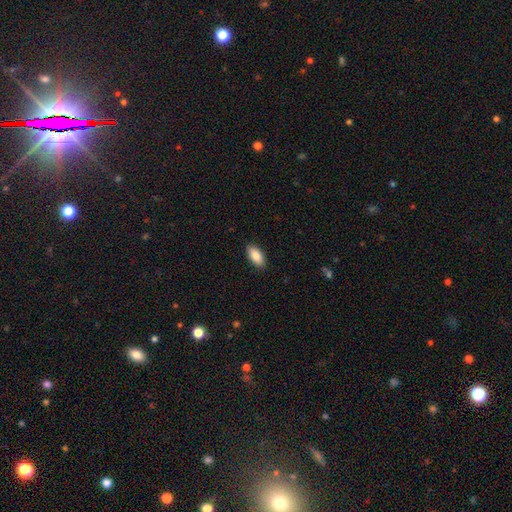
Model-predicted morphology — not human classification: smooth_or_featured: smooth (p=0.88) [alt: star or artifact p=0.06]
how_rounded: in between (p=0.92) [alt: cigar-shaped p=0.06]
merging: none (p=0.89) [alt: minor disturbance p=0.08]